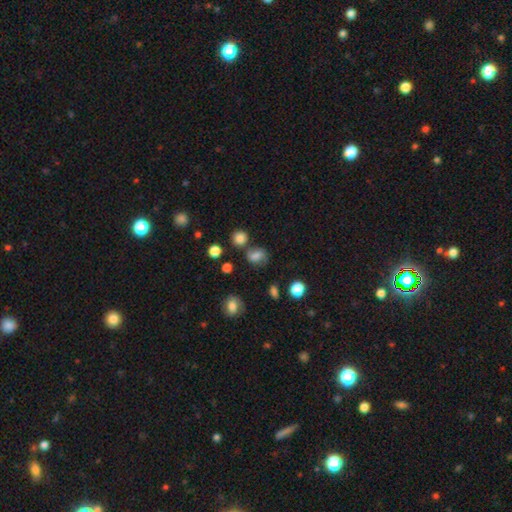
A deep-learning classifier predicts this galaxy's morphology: A smooth galaxy with no disk features (65%) that is round (52%).

Vote fractions:
- Smooth or featured? smooth: 65% / featured or disk: 20% / star or artifact: 14%
- How rounded? round: 52% / in between: 47% / cigar-shaped: 2%
- Merging? none: 57% / minor disturbance: 19% / merger: 14% / major disturbance: 9%